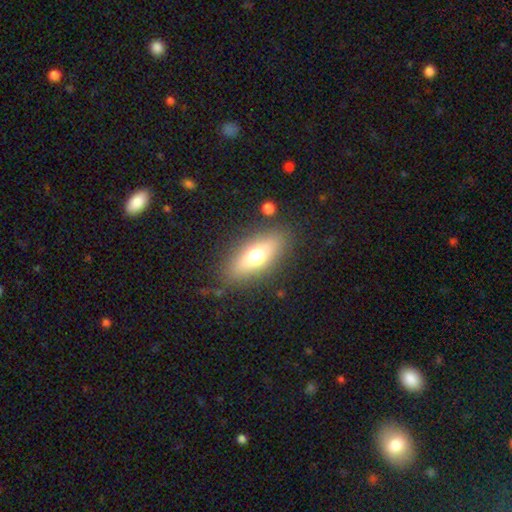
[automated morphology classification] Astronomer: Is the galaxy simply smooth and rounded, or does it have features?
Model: smooth — 61%.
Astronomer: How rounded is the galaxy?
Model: in between — 68%.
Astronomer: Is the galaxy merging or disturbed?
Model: none — 84%.